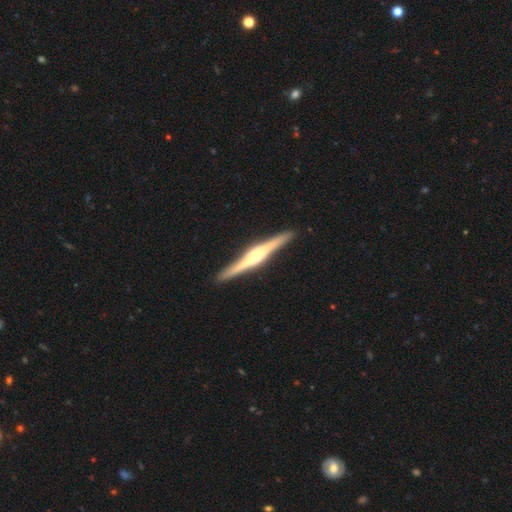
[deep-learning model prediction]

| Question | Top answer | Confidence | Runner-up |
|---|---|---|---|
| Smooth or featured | featured or disk | 83% | smooth (12%) |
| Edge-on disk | yes | 98% | no (2%) |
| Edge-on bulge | rounded | 90% | boxy (7%) |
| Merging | none | 92% | minor disturbance (6%) |